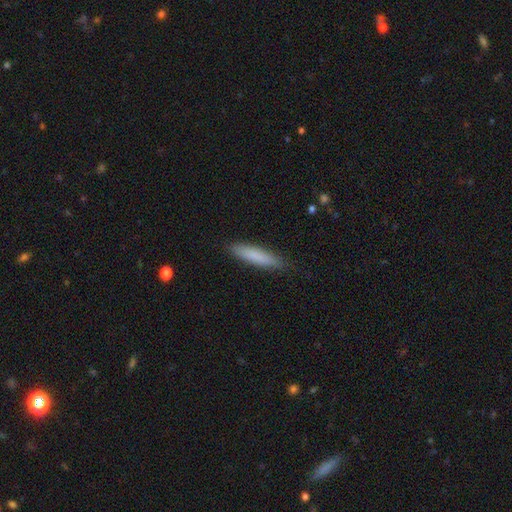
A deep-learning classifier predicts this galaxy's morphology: This appears to be a smooth galaxy with no disk features (81%) that is cigar-shaped (84%). Merging: none (87%).